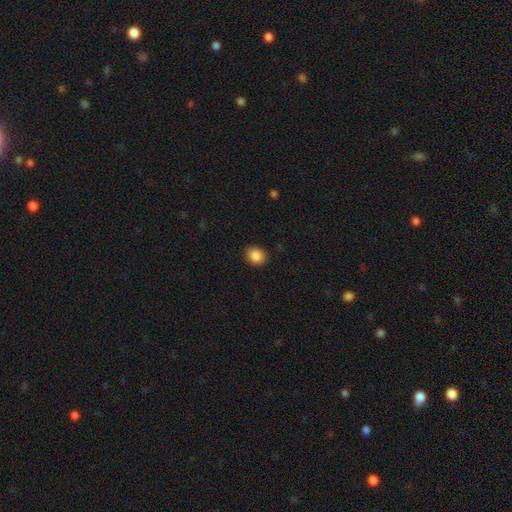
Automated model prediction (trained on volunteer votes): smooth-or-featured: smooth: 87% | star or artifact: 9% | featured or disk: 4%
  how-rounded: round: 62% | in between: 37% | cigar-shaped: 1%
  merging: none: 90% | minor disturbance: 7% | major disturbance: 2% | merger: 1%